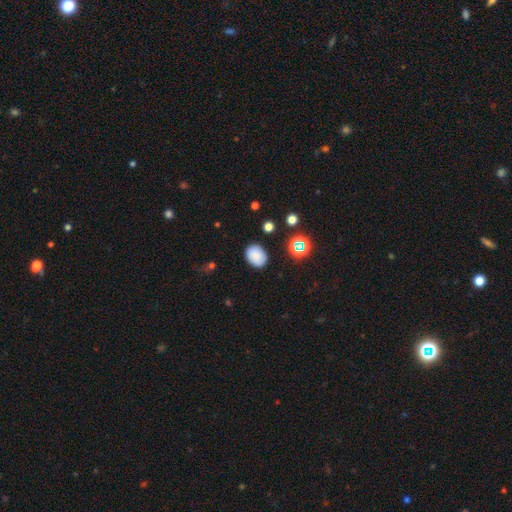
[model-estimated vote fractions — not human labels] Smooth or featured? Predicted: smooth (p=0.82). How rounded? Predicted: in between (p=0.61). Merging? Predicted: none (p=0.84).